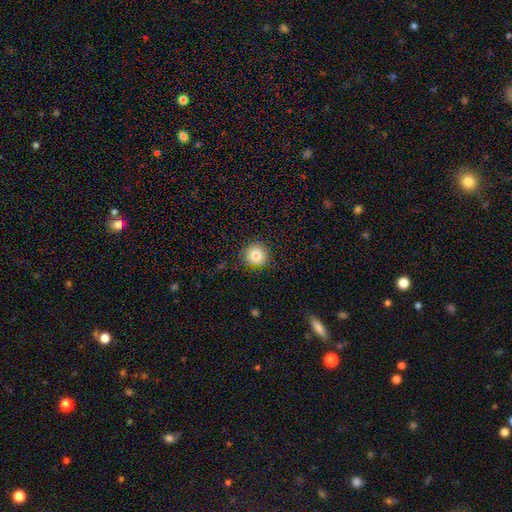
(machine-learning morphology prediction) Smooth or featured? smooth (82%)
How rounded? round (94%)
Merging? none (90%)